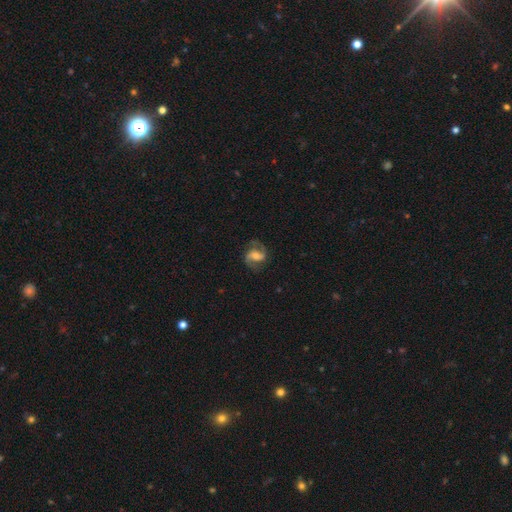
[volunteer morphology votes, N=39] smooth_or_featured: featured or disk (p=0.92) [alt: smooth p=0.08]
disk_edge_on: no (p=1.00)
bar: weak (p=0.53) [alt: strong p=0.25]
has_spiral_arms: yes (p=1.00)
spiral_winding: medium (p=0.53) [alt: loose p=0.31]
spiral_arm_count: 2 (p=0.94) [alt: 3 p=0.03]
bulge_size: moderate (p=0.44) [alt: small p=0.42]
merging: none (p=0.82) [alt: major disturbance p=0.10]